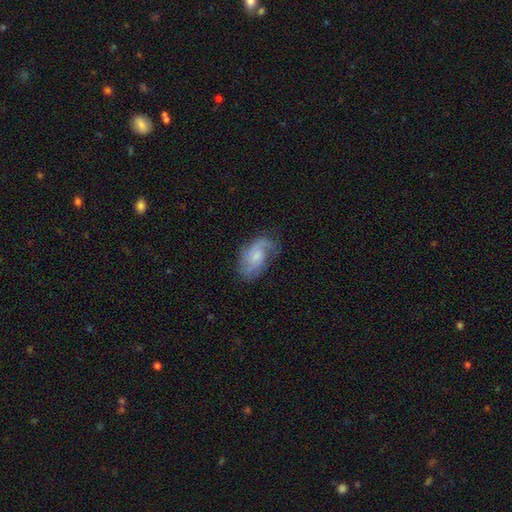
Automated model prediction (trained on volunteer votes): Smooth or featured? Predicted: featured or disk (p=0.61). Edge-on disk? Predicted: no (p=0.96). Bar? Predicted: no (p=0.66). Spiral arms? Predicted: yes (p=0.89). Spiral winding? Predicted: medium (p=0.42). Spiral arm count? Predicted: 2 (p=0.49). Bulge size? Predicted: small (p=0.42). Merging? Predicted: none (p=0.57).